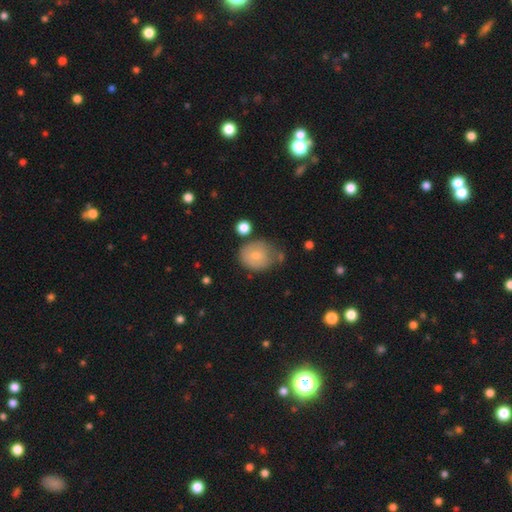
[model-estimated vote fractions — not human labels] Smooth or featured? smooth (73%)
How rounded? round (67%)
Merging? none (54%)